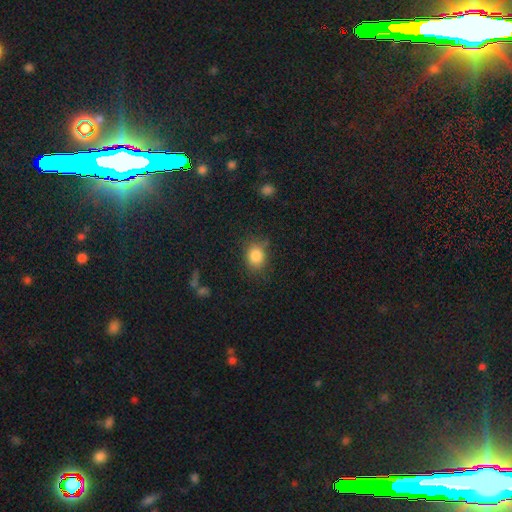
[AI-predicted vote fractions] Smooth or featured: smooth — 84% (star or artifact — 10%)
How rounded: round — 57% (in between — 42%)
Merging: none — 76% (minor disturbance — 17%)